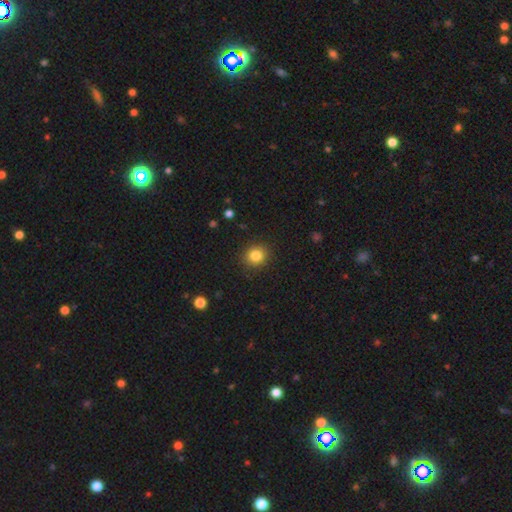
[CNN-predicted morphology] The model was most divided on "how rounded": round: 83%, in between: 16%, cigar-shaped: 1%. More confident: merging — none (89%); smooth or featured — smooth (84%).